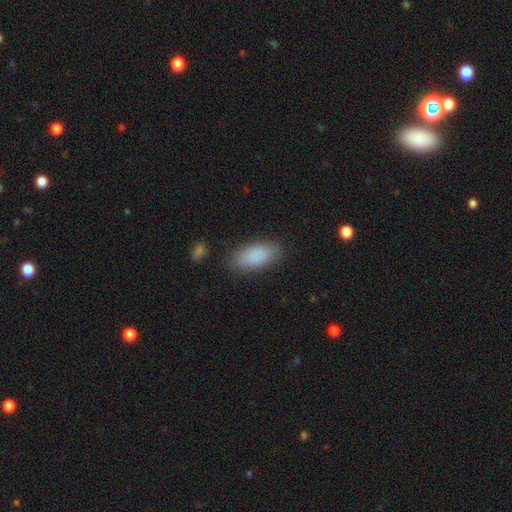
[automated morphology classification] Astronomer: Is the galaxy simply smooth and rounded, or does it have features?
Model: smooth — 88%.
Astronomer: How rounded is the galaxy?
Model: in between — 89%.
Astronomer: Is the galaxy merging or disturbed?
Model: none — 84%.